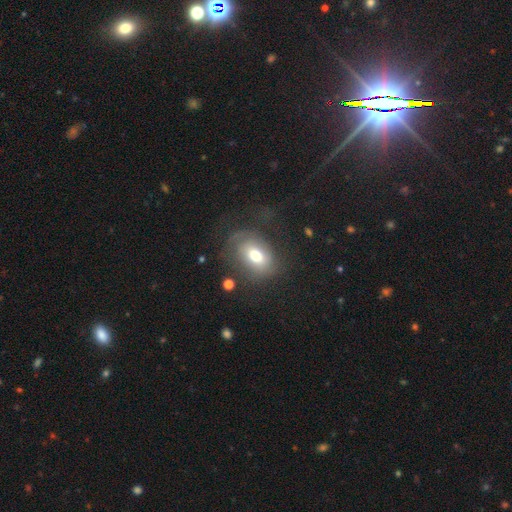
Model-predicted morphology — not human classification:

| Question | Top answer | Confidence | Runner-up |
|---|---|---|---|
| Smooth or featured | smooth | 63% | featured or disk (27%) |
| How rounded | in between | 71% | round (28%) |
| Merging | none | 53% | major disturbance (24%) |